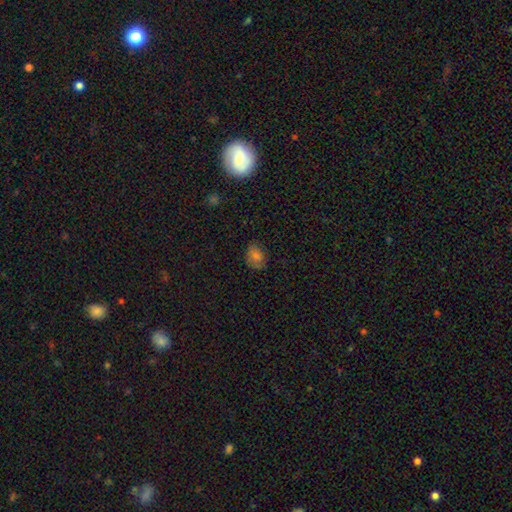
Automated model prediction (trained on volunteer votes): smooth-or-featured: smooth: 73% | star or artifact: 17% | featured or disk: 10%
  how-rounded: in between: 65% | round: 34% | cigar-shaped: 1%
  merging: none: 76% | minor disturbance: 19% | major disturbance: 4% | merger: 1%